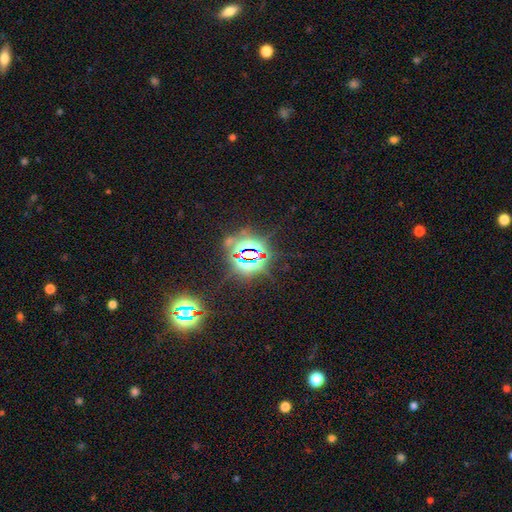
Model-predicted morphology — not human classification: smooth_or_featured: star or artifact (p=0.82) [alt: smooth p=0.10]